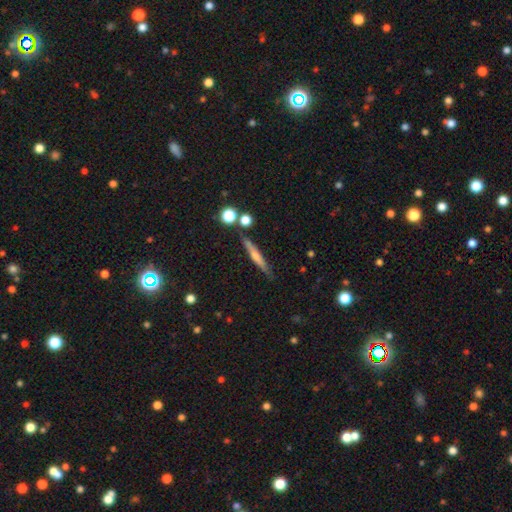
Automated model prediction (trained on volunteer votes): smooth_or_featured: smooth (p=0.53) [alt: featured or disk p=0.39]
how_rounded: cigar-shaped (p=0.91) [alt: in between p=0.06]
merging: none (p=0.78) [alt: minor disturbance p=0.13]